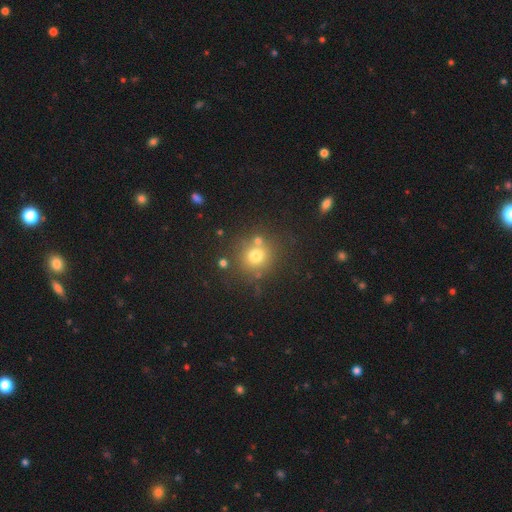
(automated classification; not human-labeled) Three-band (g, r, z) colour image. It shows a smooth galaxy with no disk features (72%) that is round (88%). Merging: none (71%).